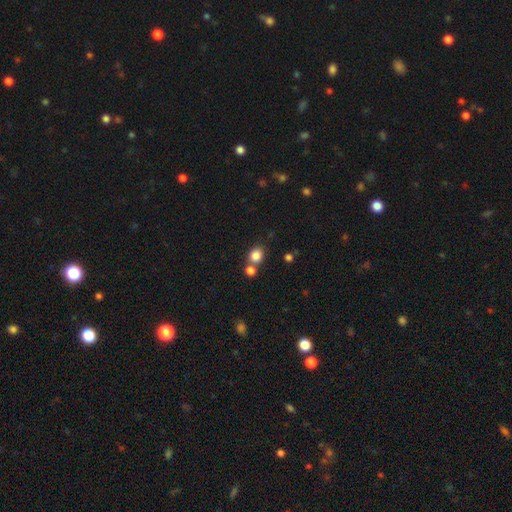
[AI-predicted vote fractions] Overall: smooth (83%). How rounded: round (69%; in between 30%). Merging: none (60%; merger 28%).